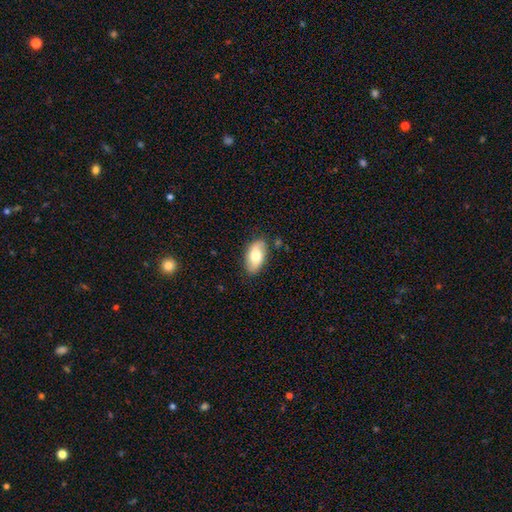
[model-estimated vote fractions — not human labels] Smooth or featured? smooth (74%)
How rounded? in between (93%)
Merging? none (80%)